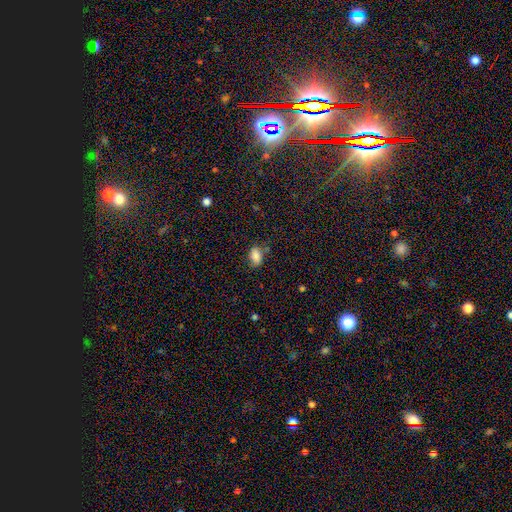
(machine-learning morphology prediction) type=smooth (82%); roundness=in between (84%); merging=none (69%).